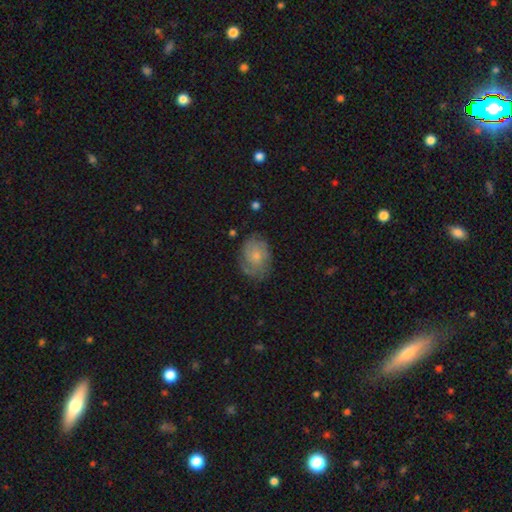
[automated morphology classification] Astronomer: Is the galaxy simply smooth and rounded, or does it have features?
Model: featured or disk — 48% (runner-up: smooth, 45%).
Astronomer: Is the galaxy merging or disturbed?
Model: none — 68%.